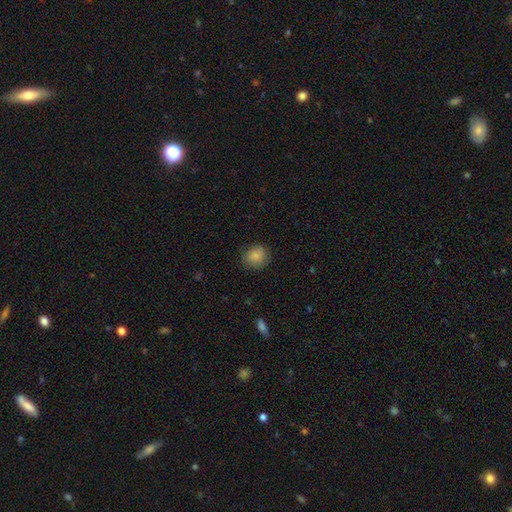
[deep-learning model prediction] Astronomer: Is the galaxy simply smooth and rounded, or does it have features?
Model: smooth — 87%.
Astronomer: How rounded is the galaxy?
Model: round — 77%.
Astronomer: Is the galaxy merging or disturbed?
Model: none — 81%.